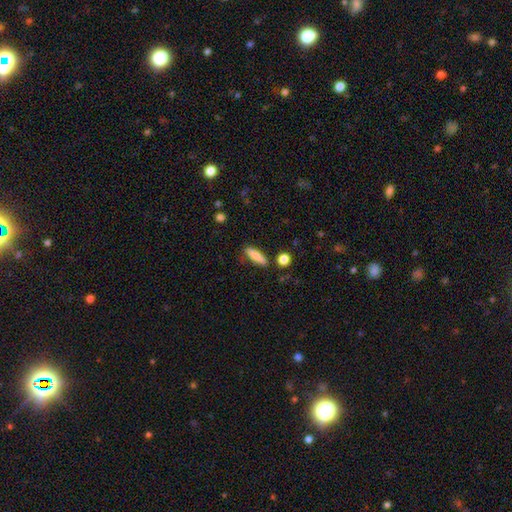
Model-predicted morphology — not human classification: Q: Smooth or featured?
A: smooth (78%); runner-up: featured or disk (15%)
Q: How rounded?
A: cigar-shaped (69%); runner-up: in between (28%)
Q: Merging?
A: none (79%); runner-up: minor disturbance (14%)